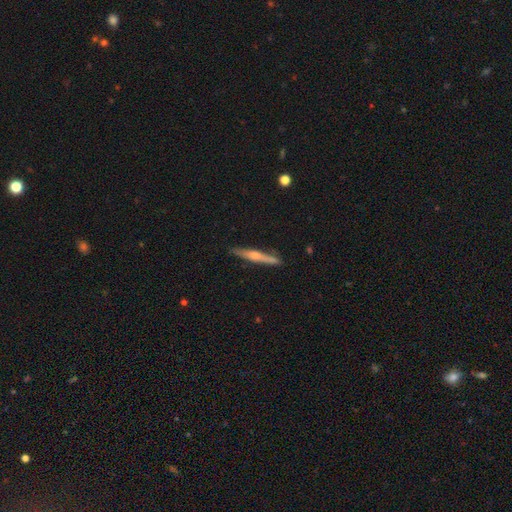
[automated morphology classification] Smooth or featured: featured or disk — 55% (smooth — 39%)
Edge-on disk: yes — 96% (no — 4%)
Edge-on bulge: rounded — 70% (none — 20%)
Merging: none — 86% (minor disturbance — 10%)